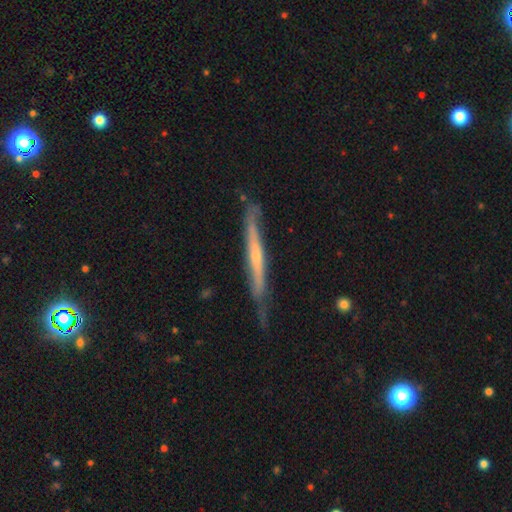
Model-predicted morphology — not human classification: This appears to be a featured or disk galaxy (71%) viewed edge-on (90%) with a rounded central bulge (51%). Merging: none (65%).